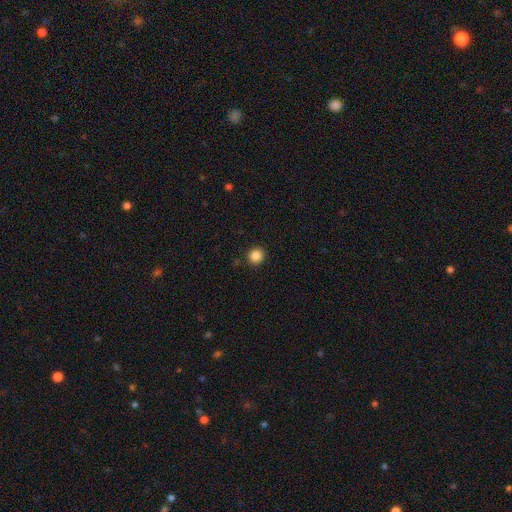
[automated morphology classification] smooth-or-featured: smooth: 86% | star or artifact: 11% | featured or disk: 3%
  how-rounded: round: 93% | in between: 6% | cigar-shaped: 1%
  merging: none: 91% | minor disturbance: 6% | major disturbance: 2% | merger: 1%